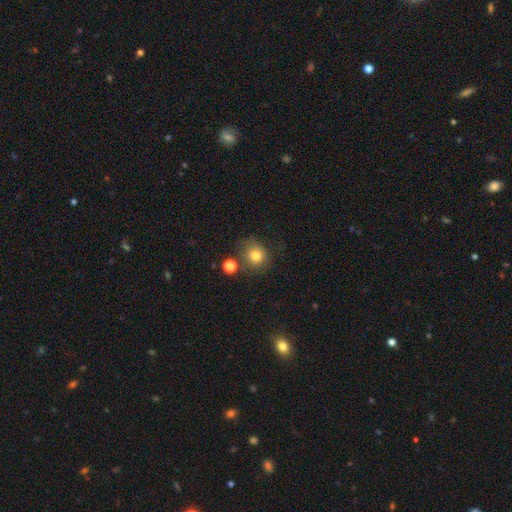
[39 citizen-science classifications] Smooth or featured? 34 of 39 (87%) said smooth. How rounded? 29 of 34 (85%) said round. Merging? 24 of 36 (67%) said none.